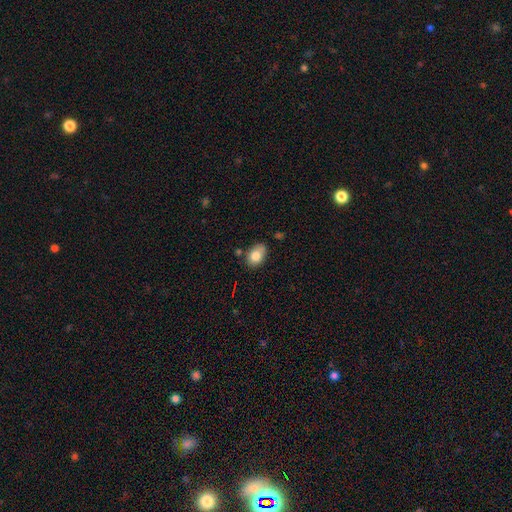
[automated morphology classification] type=smooth (81%); roundness=in between (79%); merging=none (62%).